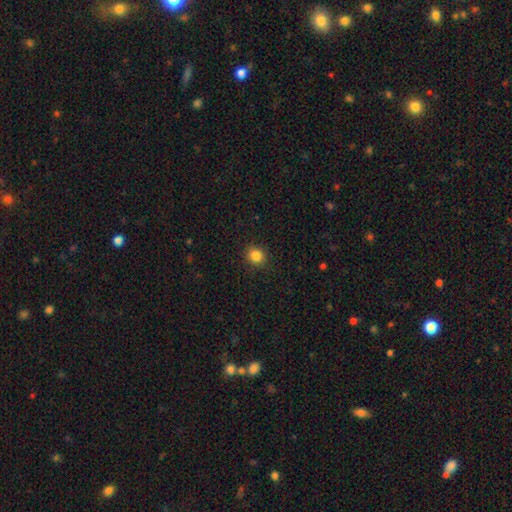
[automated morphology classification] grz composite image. It shows a smooth galaxy with no disk features (85%) that is round (84%). Merging: none (89%).